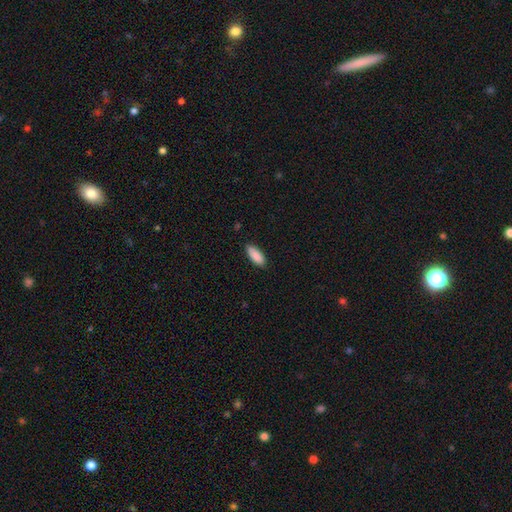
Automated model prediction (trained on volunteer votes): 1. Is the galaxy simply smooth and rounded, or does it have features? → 90% smooth, 6% star or artifact, 4% featured or disk.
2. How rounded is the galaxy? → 78% in between, 21% cigar-shaped, 2% round.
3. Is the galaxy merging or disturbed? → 87% none, 10% minor disturbance, 2% major disturbance, 1% merger.